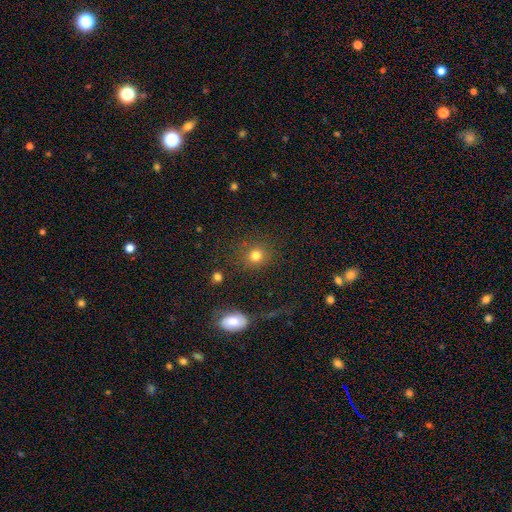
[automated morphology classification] Overall: smooth (78%). How rounded: round (86%). Merging: none (83%).